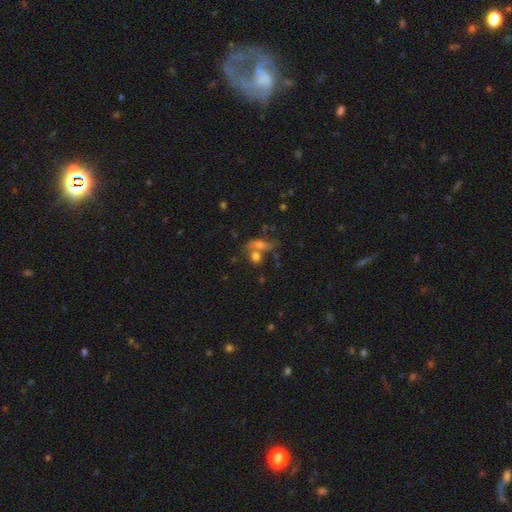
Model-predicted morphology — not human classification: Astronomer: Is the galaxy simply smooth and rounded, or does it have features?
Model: featured or disk — 37%, tied with star or artifact at 37%.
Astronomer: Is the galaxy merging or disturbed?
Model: none — 44% (runner-up: merger, 27%).